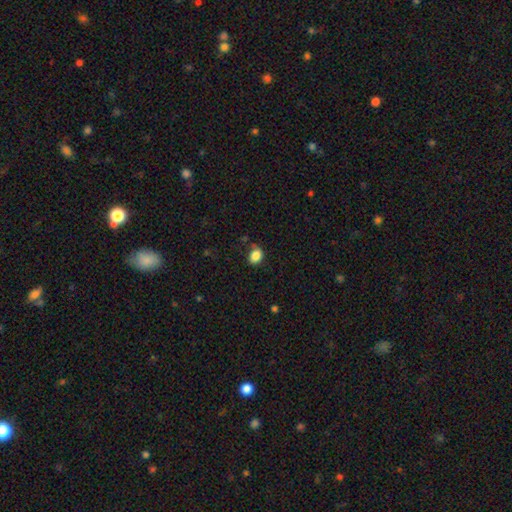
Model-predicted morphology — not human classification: Q: Smooth or featured?
A: smooth (86%); runner-up: star or artifact (9%)
Q: How rounded?
A: in between (66%); runner-up: round (33%)
Q: Merging?
A: none (73%); runner-up: minor disturbance (19%)